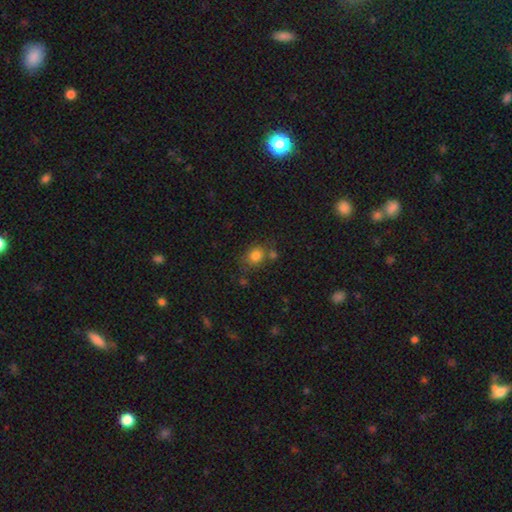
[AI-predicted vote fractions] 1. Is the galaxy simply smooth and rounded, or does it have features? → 81% smooth, 12% star or artifact, 7% featured or disk.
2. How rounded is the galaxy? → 66% round, 33% in between, 1% cigar-shaped.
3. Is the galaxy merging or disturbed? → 62% none, 18% merger, 15% minor disturbance, 5% major disturbance.